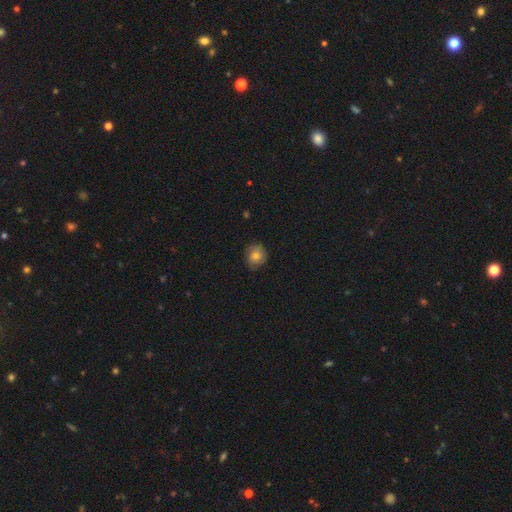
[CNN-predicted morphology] Overall: smooth (74%). How rounded: round (80%). Merging: none (73%).